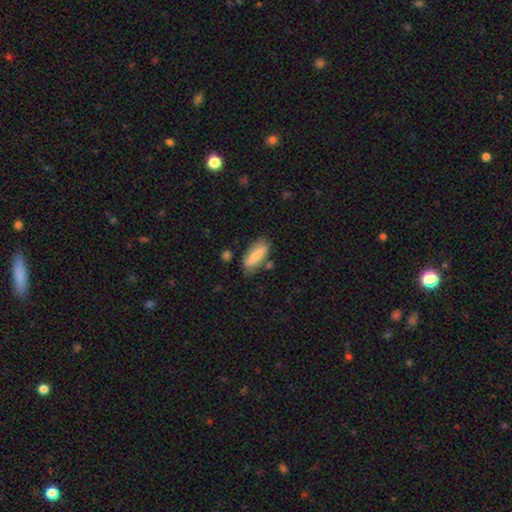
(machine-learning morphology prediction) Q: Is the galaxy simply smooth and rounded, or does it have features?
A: smooth — 77%.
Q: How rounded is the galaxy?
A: in between — 67%.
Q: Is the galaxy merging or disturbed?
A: none — 73%.